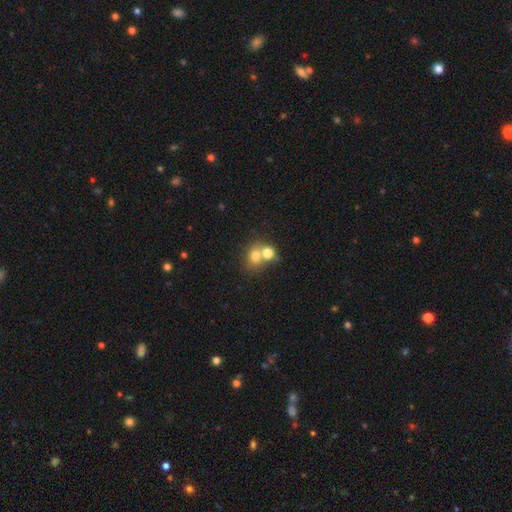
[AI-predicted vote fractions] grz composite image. It shows a smooth galaxy with no disk features (73%) that is round (64%). Merging: merger (56%).